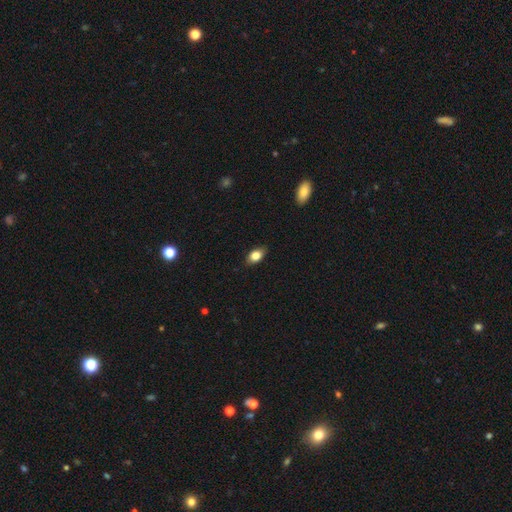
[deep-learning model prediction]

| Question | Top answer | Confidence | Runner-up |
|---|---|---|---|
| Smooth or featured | smooth | 81% | featured or disk (11%) |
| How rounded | in between | 84% | round (13%) |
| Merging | none | 84% | minor disturbance (13%) |